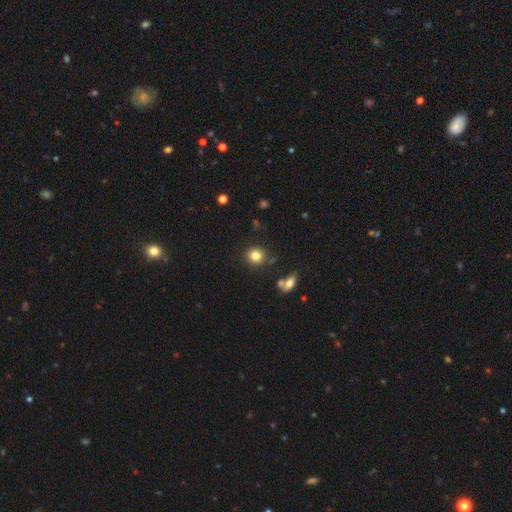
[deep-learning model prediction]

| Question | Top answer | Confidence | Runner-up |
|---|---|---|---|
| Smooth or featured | smooth | 82% | star or artifact (11%) |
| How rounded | round | 89% | in between (10%) |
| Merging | none | 85% | minor disturbance (8%) |